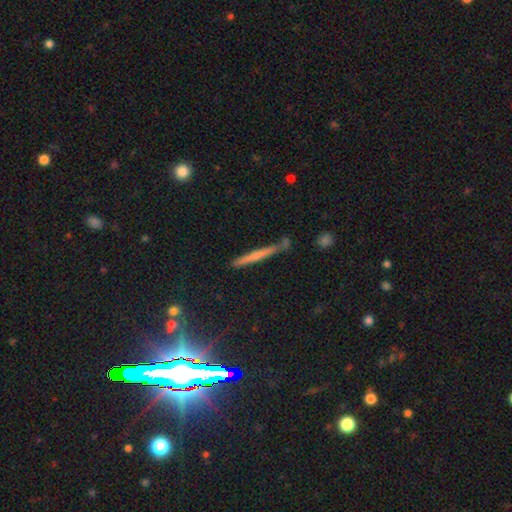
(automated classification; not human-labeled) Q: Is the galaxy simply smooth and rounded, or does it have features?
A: smooth — 52%.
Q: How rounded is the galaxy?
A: cigar-shaped — 95%.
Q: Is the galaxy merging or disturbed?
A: none — 80%.